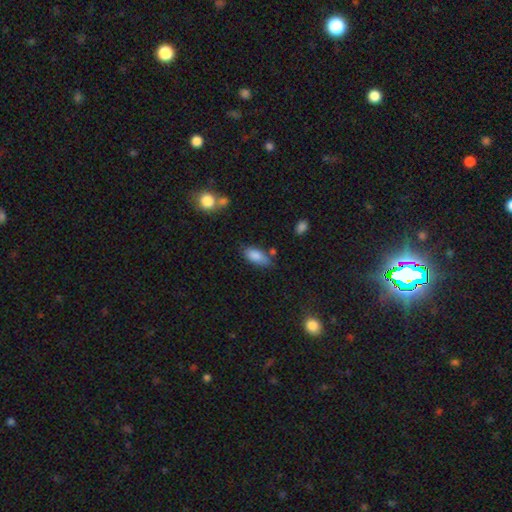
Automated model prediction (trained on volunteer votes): Smooth or featured? Predicted: smooth (p=0.85). How rounded? Predicted: in between (p=0.88). Merging? Predicted: none (p=0.64).